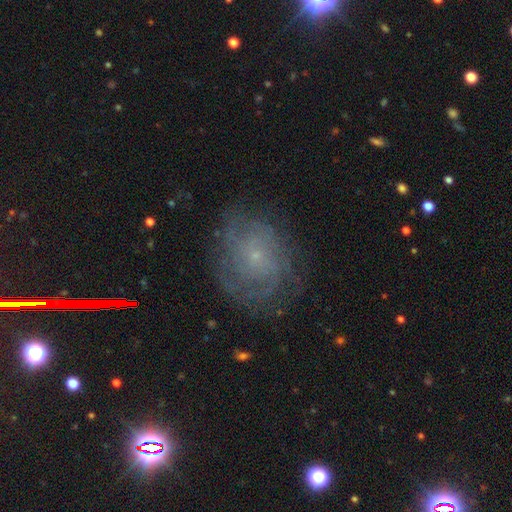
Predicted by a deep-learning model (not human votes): featured or disk 64%, smooth 21%, star or artifact 14%. Down the decision tree: edge-on disk — no (97%); bar — no (80%); spiral arms — yes (84%); spiral arm count — can't tell (54%); spiral winding — tight (59%); bulge size — small (82%); merging — none (72%).